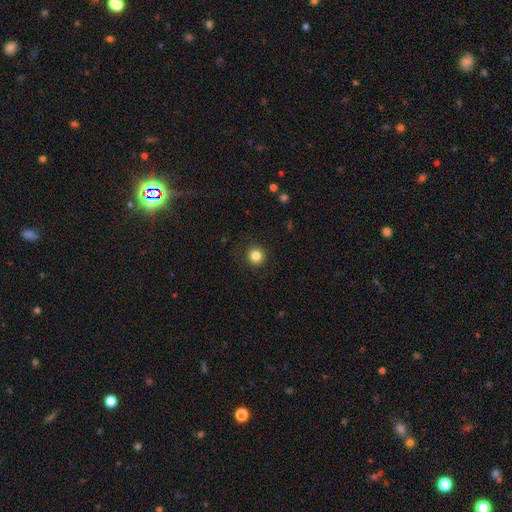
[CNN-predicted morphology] Smooth or featured?
  - smooth: 84% *
  - star or artifact: 11%
  - featured or disk: 5%
How rounded?
  - round: 94% *
  - in between: 5%
  - cigar-shaped: 1%
Merging?
  - none: 91% *
  - minor disturbance: 6%
  - major disturbance: 2%
  - merger: 1%